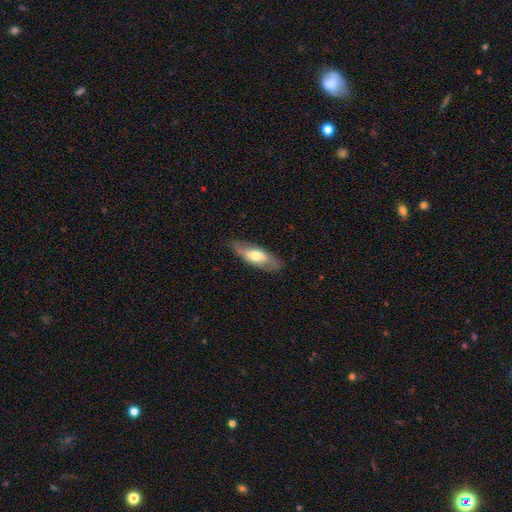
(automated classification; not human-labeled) Smooth or featured? smooth (54%)
How rounded? in between (67%)
Merging? none (79%)